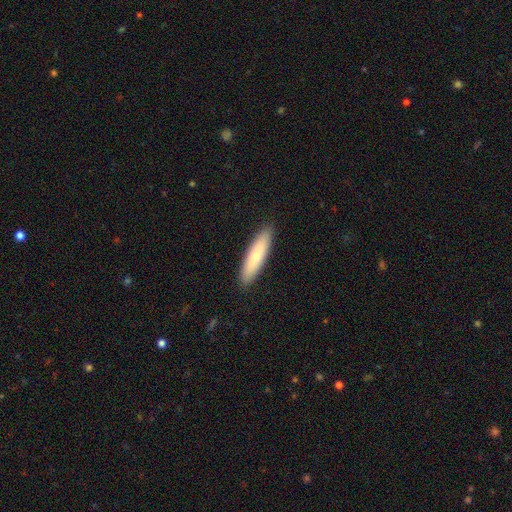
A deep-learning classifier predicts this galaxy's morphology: Smooth or featured?
  - smooth: 73% *
  - featured or disk: 21%
  - star or artifact: 6%
How rounded?
  - cigar-shaped: 75% *
  - in between: 23%
  - round: 2%
Merging?
  - none: 91% *
  - minor disturbance: 7%
  - major disturbance: 1%
  - merger: 1%